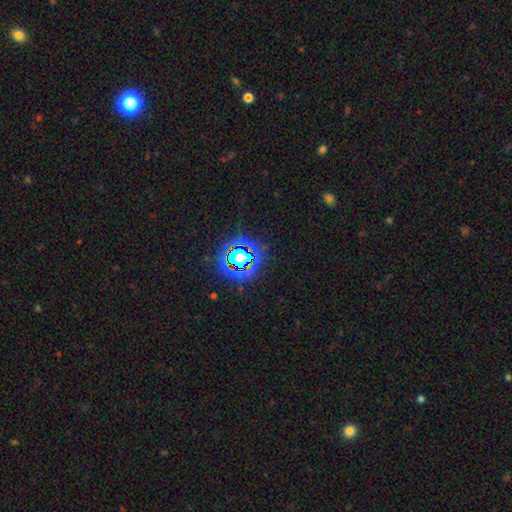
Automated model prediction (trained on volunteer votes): Q: Smooth or featured?
A: star or artifact (81%); runner-up: smooth (11%)